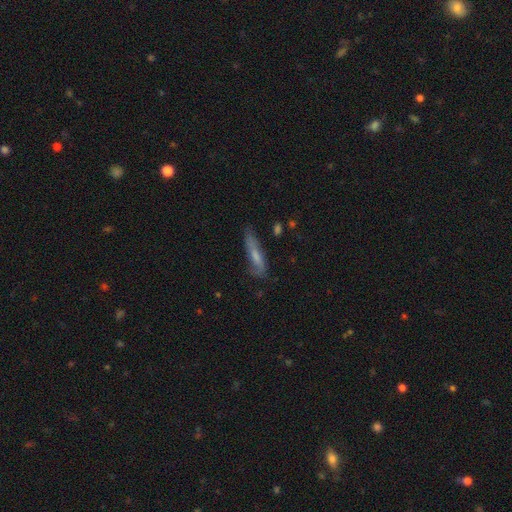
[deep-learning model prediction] A smooth galaxy with no disk features (52%) that is cigar-shaped (70%). Merging: none (61%).